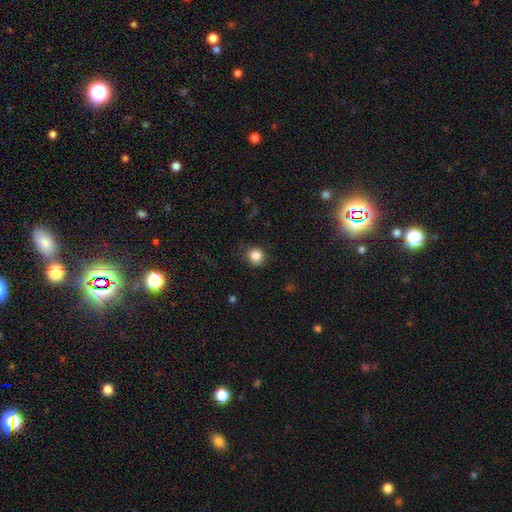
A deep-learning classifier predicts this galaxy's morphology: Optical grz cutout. It shows a smooth galaxy with no disk features (85%) that is round (87%). Merging: none (82%).